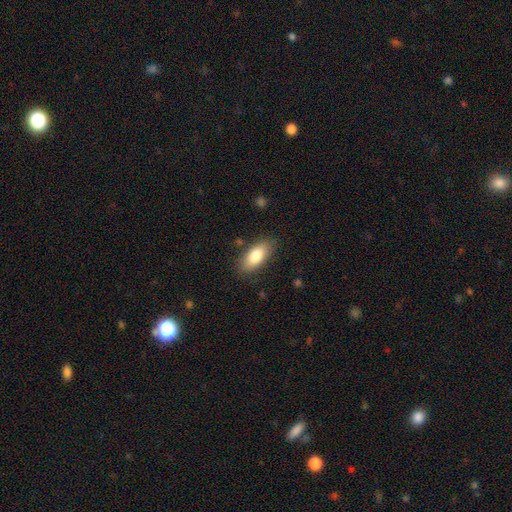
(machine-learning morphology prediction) Smooth or featured?
  - smooth: 82% *
  - featured or disk: 12%
  - star or artifact: 6%
How rounded?
  - in between: 84% *
  - cigar-shaped: 13%
  - round: 2%
Merging?
  - none: 83% *
  - minor disturbance: 12%
  - major disturbance: 3%
  - merger: 1%